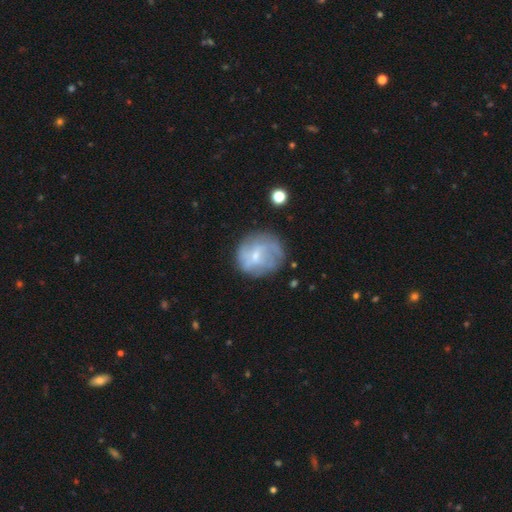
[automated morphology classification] A featured or disk galaxy (55%) with no bar (48%), spiral arms (63%) and a small central bulge (65%).

Vote fractions:
- Smooth or featured? featured or disk: 55% / smooth: 36% / star or artifact: 9%
- Edge-on disk? no: 97% / yes: 3%
- Bar? no: 48% / weak: 44% / strong: 7%
- Spiral arms? yes: 63% / no: 37%
- Bulge size? small: 65% / moderate: 24% / none: 8% / large: 1% / dominant: 1%
- Merging? none: 66% / minor disturbance: 20% / major disturbance: 11% / merger: 3%